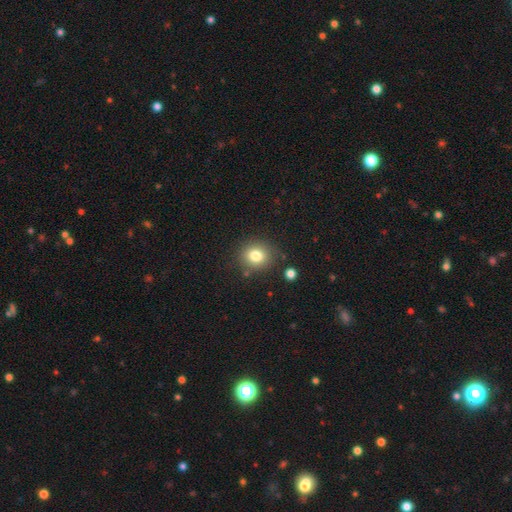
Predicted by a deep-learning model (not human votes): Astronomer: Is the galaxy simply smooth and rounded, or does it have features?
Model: smooth — 79%.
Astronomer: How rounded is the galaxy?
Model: round — 76%.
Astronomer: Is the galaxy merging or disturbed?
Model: none — 81%.